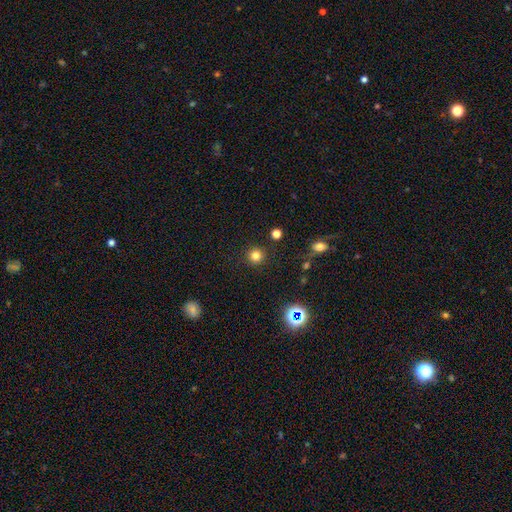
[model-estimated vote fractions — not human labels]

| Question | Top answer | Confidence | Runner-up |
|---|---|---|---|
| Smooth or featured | smooth | 79% | star or artifact (16%) |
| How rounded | round | 95% | in between (4%) |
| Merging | none | 90% | minor disturbance (6%) |